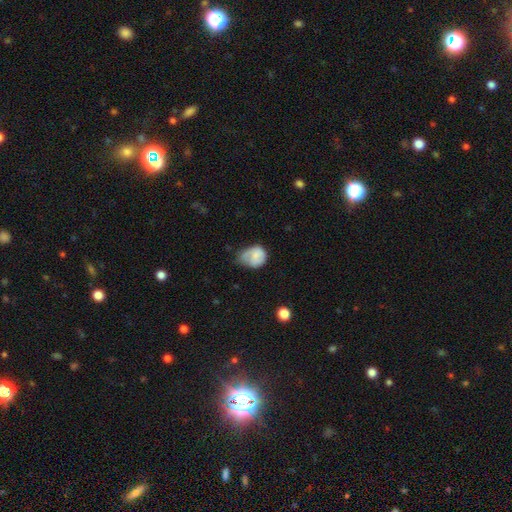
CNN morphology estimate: Overall: smooth (71%). How rounded: in between (51%; round 49%). Merging: minor disturbance (46%; none 26%).